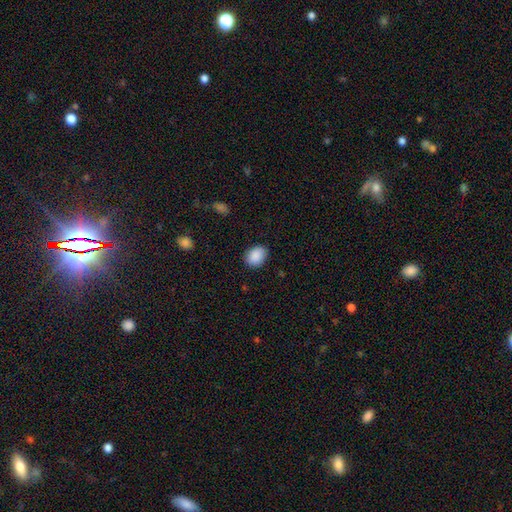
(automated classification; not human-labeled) A smooth galaxy with no disk features (89%) that is in between round and cigar-shaped (62%).

Vote fractions:
- Smooth or featured? smooth: 89% / star or artifact: 7% / featured or disk: 3%
- How rounded? in between: 62% / round: 38% / cigar-shaped: 1%
- Merging? none: 84% / minor disturbance: 12% / major disturbance: 3% / merger: 1%